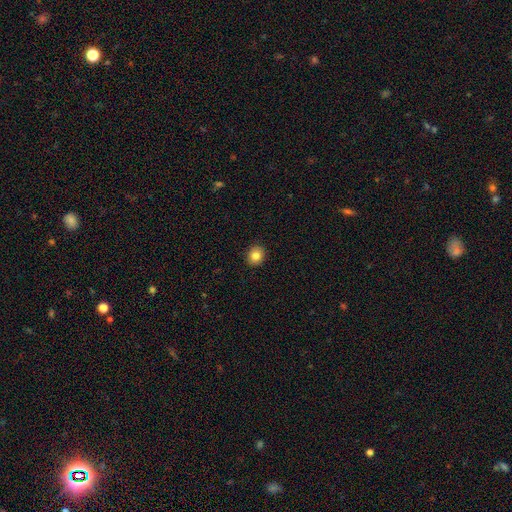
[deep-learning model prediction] Smooth or featured? smooth (83%)
How rounded? round (80%)
Merging? none (92%)